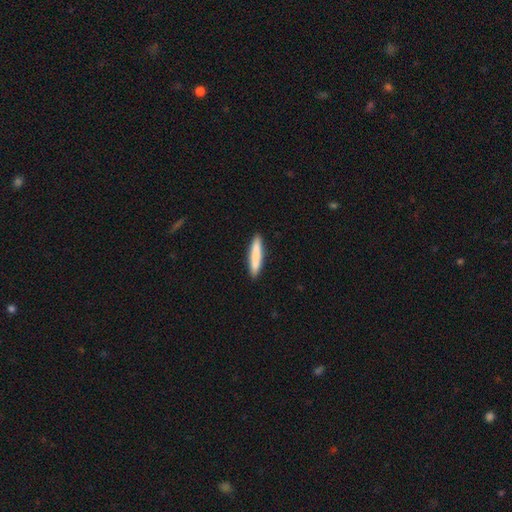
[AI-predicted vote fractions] A smooth galaxy with no disk features (82%) that is cigar-shaped (92%). Merging: none (91%).